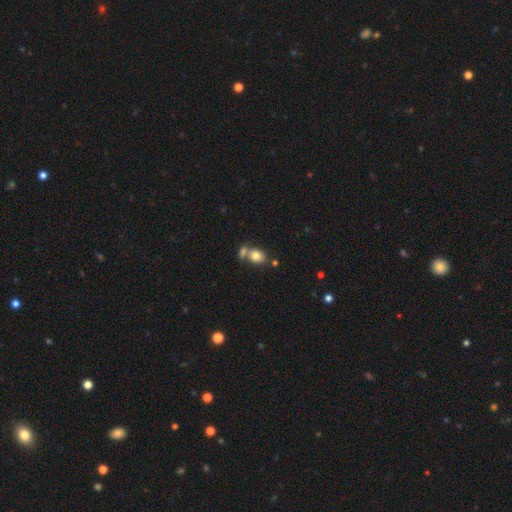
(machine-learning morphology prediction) Smooth or featured?
  - smooth: 79% *
  - featured or disk: 11%
  - star or artifact: 10%
How rounded?
  - in between: 52% *
  - round: 47%
  - cigar-shaped: 1%
Merging?
  - none: 47% *
  - merger: 39%
  - minor disturbance: 11%
  - major disturbance: 4%